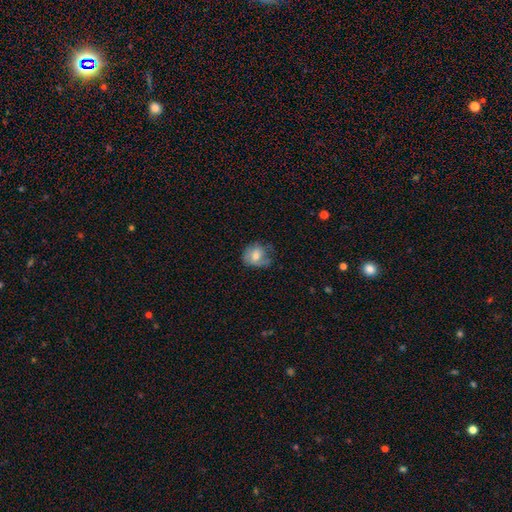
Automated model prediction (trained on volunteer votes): A smooth galaxy with no disk features (65%) that is round (58%).

Vote fractions:
- Smooth or featured? smooth: 65% / featured or disk: 27% / star or artifact: 8%
- How rounded? round: 58% / in between: 41% / cigar-shaped: 1%
- Merging? none: 48% / minor disturbance: 33% / major disturbance: 17% / merger: 2%